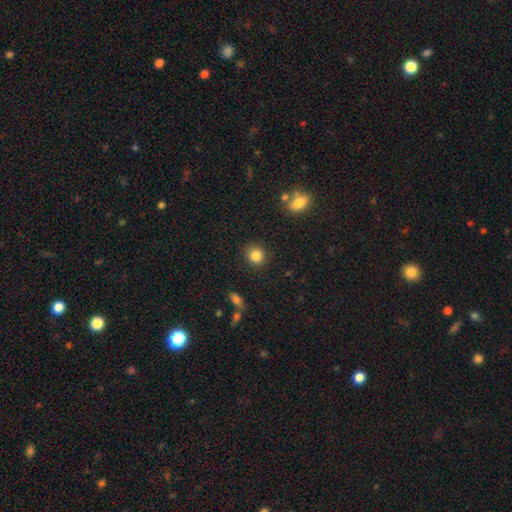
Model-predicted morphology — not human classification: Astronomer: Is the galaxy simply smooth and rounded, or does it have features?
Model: smooth — 85%.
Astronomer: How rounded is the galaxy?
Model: round — 83%.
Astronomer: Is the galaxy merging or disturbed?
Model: none — 87%.